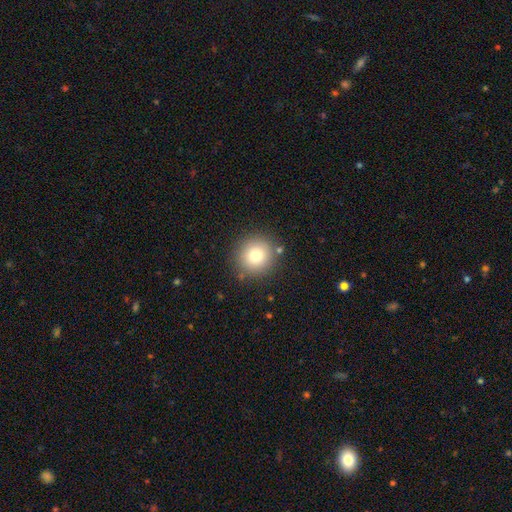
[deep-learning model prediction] This appears to be a smooth galaxy with no disk features (78%) that is round (93%). Merging: none (86%).